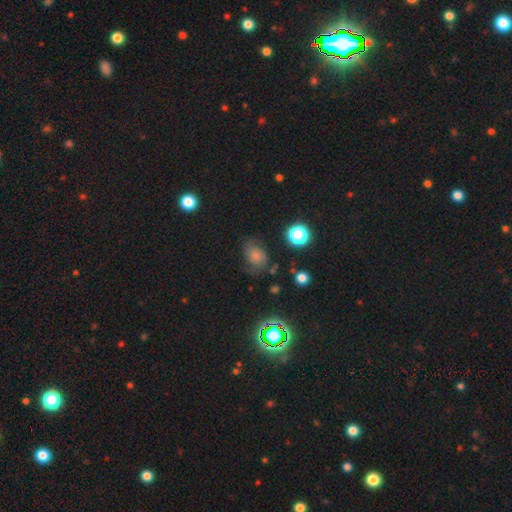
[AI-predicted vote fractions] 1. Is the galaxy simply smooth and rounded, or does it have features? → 47% featured or disk, 37% smooth, 16% star or artifact.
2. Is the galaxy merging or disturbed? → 57% none, 24% minor disturbance, 16% major disturbance, 3% merger.